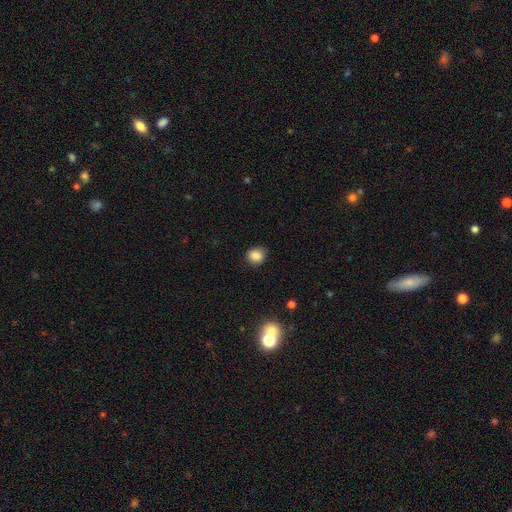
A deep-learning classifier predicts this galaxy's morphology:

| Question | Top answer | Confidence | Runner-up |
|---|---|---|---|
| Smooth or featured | smooth | 85% | star or artifact (10%) |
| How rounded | round | 75% | in between (24%) |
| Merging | none | 83% | minor disturbance (13%) |